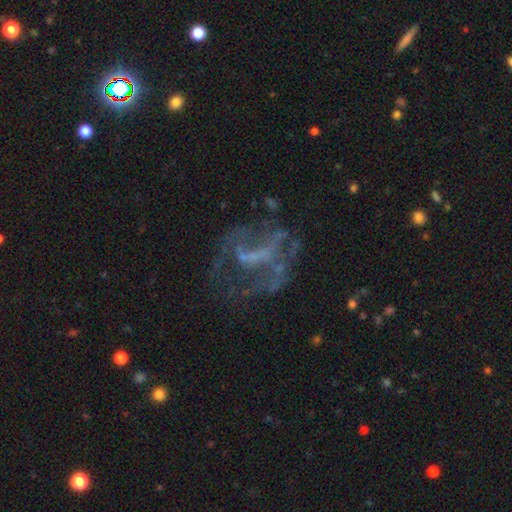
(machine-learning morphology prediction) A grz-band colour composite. It shows a featured or disk galaxy (66%) with no bar (53%), no spiral arms (57%) and no central bulge (67%). Merging: none (44%).